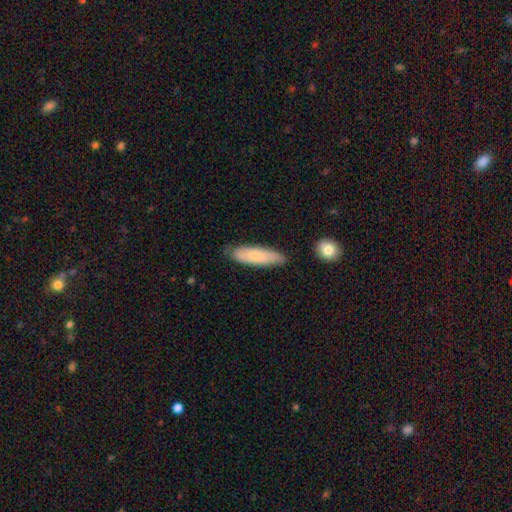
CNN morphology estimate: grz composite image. It shows a smooth galaxy with no disk features (71%) that is cigar-shaped (59%). Merging: none (74%).